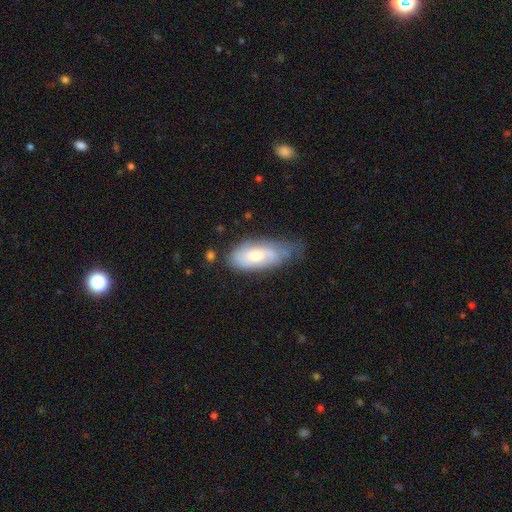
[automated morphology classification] Overall: smooth (47%; featured or disk 46%). Merging: none (42%; minor disturbance 37%).